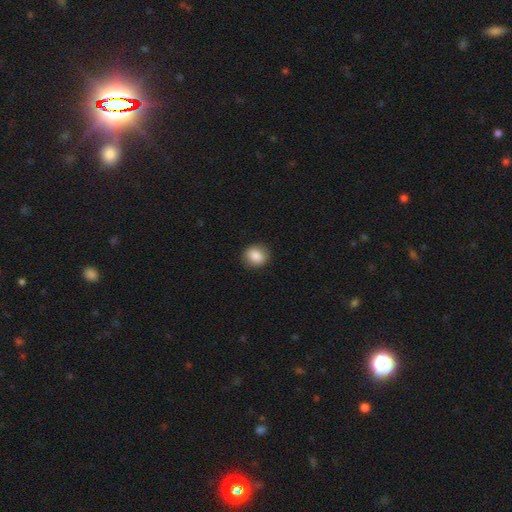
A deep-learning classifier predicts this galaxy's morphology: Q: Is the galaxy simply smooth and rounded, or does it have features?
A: smooth — 86%.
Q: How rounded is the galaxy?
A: round — 74%.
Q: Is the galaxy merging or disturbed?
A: none — 89%.